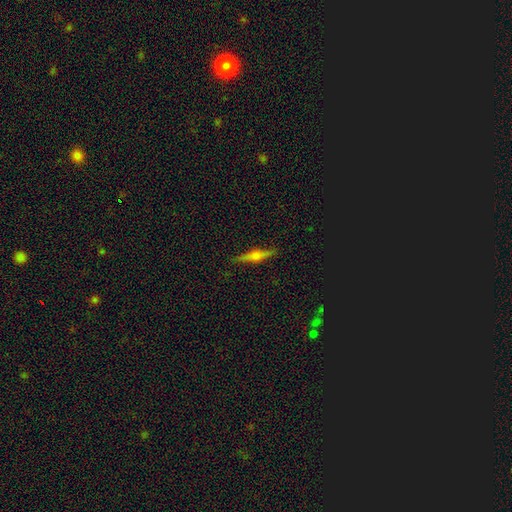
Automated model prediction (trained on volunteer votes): A featured or disk galaxy (60%) viewed edge-on (97%) with a rounded central bulge (84%).

Vote fractions:
- Smooth or featured? featured or disk: 60% / smooth: 32% / star or artifact: 8%
- Edge-on disk? yes: 97% / no: 3%
- Edge-on bulge? rounded: 84% / boxy: 11% / none: 5%
- Merging? none: 88% / minor disturbance: 9% / major disturbance: 2% / merger: 1%